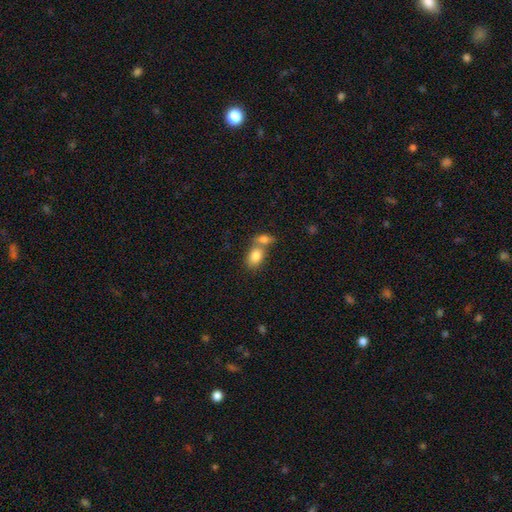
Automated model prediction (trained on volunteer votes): smooth-or-featured: smooth: 83% | featured or disk: 10% | star or artifact: 7%
  how-rounded: in between: 79% | round: 19% | cigar-shaped: 2%
  merging: merger: 56% | none: 32% | minor disturbance: 8% | major disturbance: 3%